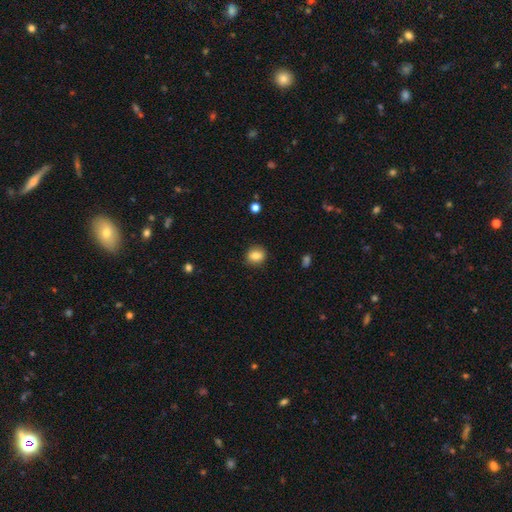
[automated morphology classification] This appears to be a smooth galaxy with no disk features (82%) that is round (71%). Merging: none (88%).